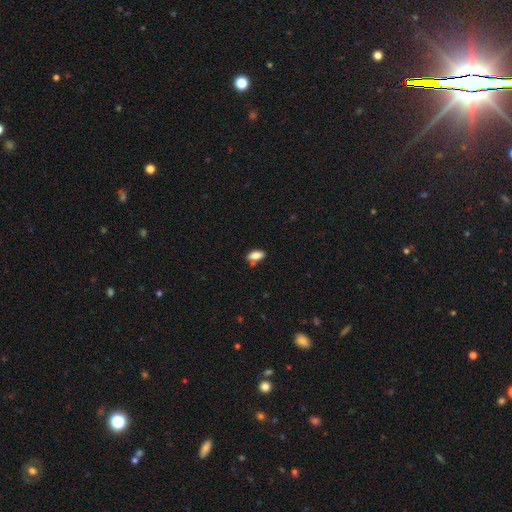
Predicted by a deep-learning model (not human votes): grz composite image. It shows a smooth galaxy with no disk features (84%) that is in between round and cigar-shaped (89%). Merging: none (68%).